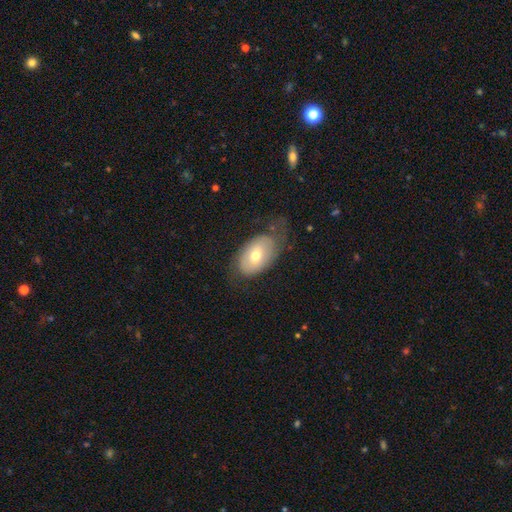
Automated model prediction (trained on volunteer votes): Morphology: type=smooth (56%); roundness=in between (90%); merging=none (54%).